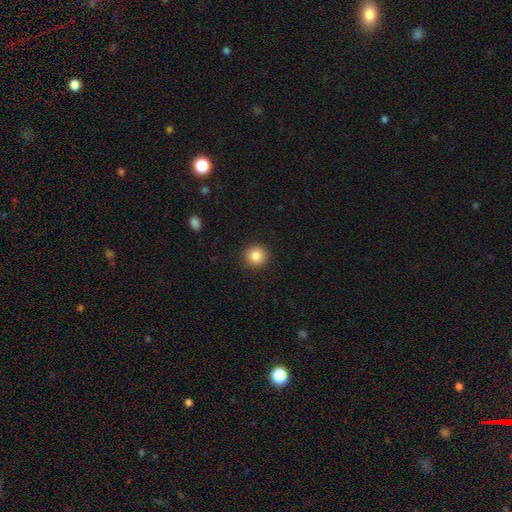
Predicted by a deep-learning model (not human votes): This is clearly a smooth galaxy (85%). How rounded: clearly round (94%). Merging: clearly none (92%).